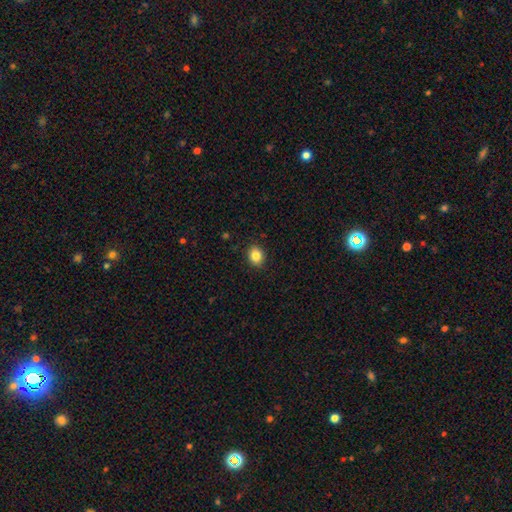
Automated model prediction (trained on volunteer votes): A smooth galaxy with no disk features (85%) that is round (54%).

Vote fractions:
- Smooth or featured? smooth: 85% / star or artifact: 9% / featured or disk: 6%
- How rounded? round: 54% / in between: 45% / cigar-shaped: 1%
- Merging? none: 90% / minor disturbance: 7% / major disturbance: 2% / merger: 1%